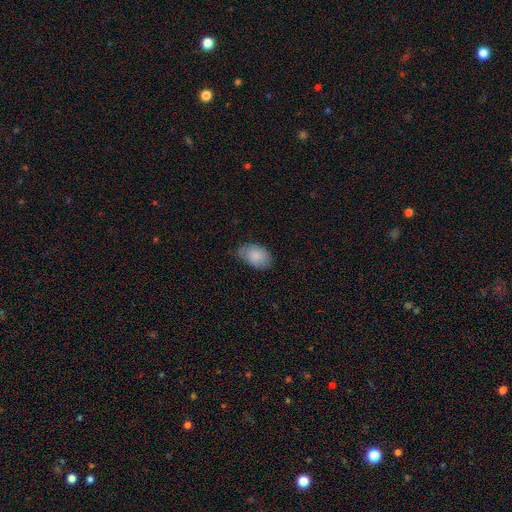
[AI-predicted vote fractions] smooth-or-featured: smooth: 84% | featured or disk: 10% | star or artifact: 6%
  how-rounded: in between: 89% | round: 10% | cigar-shaped: 1%
  merging: none: 62% | minor disturbance: 31% | major disturbance: 6% | merger: 1%